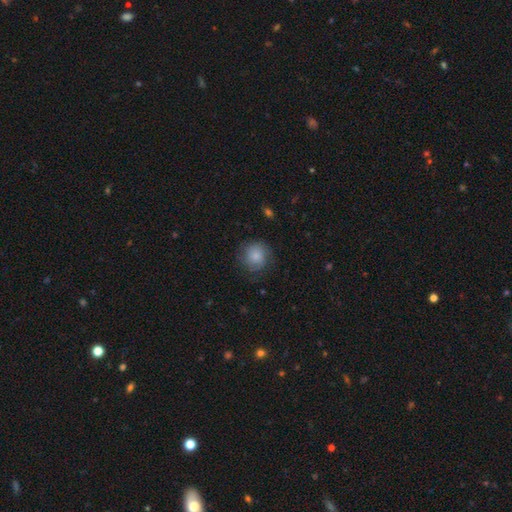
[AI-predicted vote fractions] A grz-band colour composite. It shows a smooth galaxy with no disk features (81%) that is round (90%). Merging: none (74%).